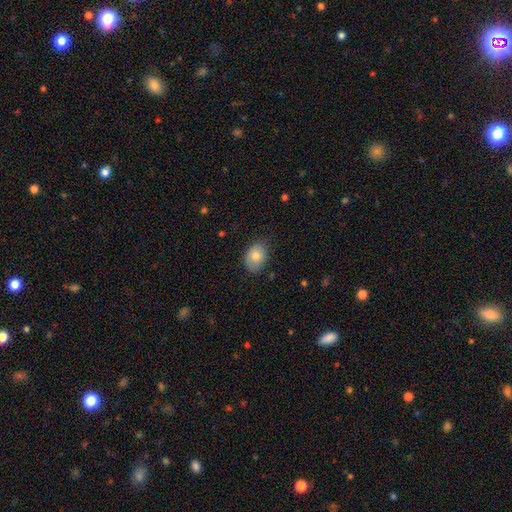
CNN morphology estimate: smooth-or-featured: smooth: 76% | featured or disk: 16% | star or artifact: 8%
  how-rounded: in between: 73% | round: 26% | cigar-shaped: 1%
  merging: none: 77% | minor disturbance: 19% | major disturbance: 4% | merger: 1%